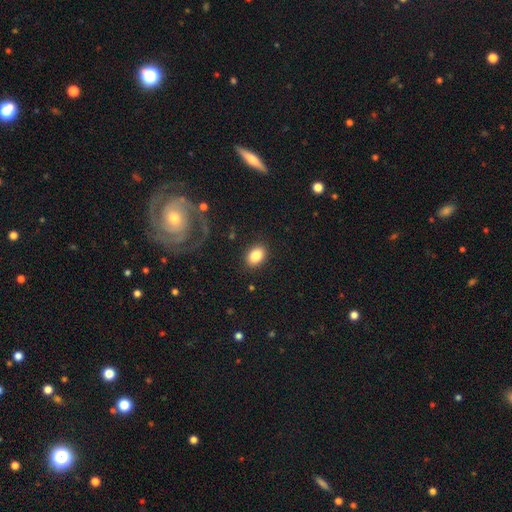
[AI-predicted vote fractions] Q: Smooth or featured?
A: smooth (85%); runner-up: star or artifact (8%)
Q: How rounded?
A: in between (79%); runner-up: round (20%)
Q: Merging?
A: none (87%); runner-up: minor disturbance (8%)